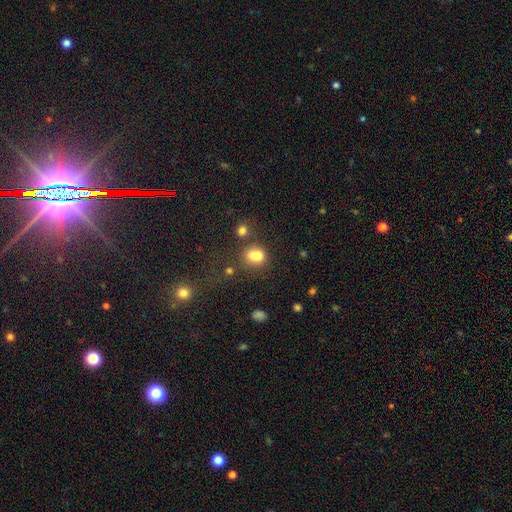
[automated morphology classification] This appears to be a smooth galaxy with no disk features (72%) that is round (57%). Merging: merger (50%).